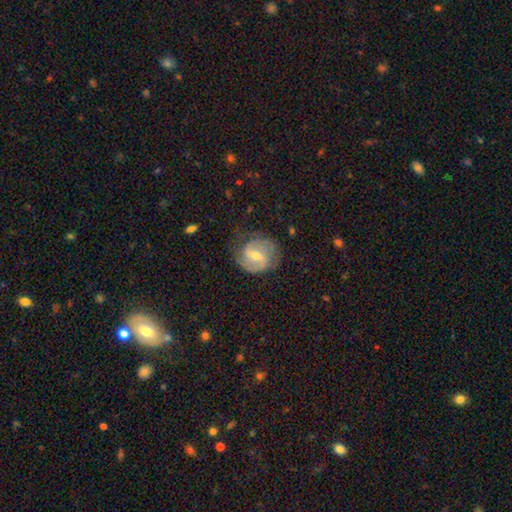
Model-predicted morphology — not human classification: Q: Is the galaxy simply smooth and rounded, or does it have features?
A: featured or disk — 73%.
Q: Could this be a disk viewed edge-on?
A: no — 97%.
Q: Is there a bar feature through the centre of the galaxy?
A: weak — 58%.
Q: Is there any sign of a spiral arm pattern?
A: yes — 90%.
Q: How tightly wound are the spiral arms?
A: medium — 47%.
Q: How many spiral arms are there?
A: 2 — 77%.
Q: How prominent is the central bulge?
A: moderate — 55%.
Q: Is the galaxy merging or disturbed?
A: none — 66%.